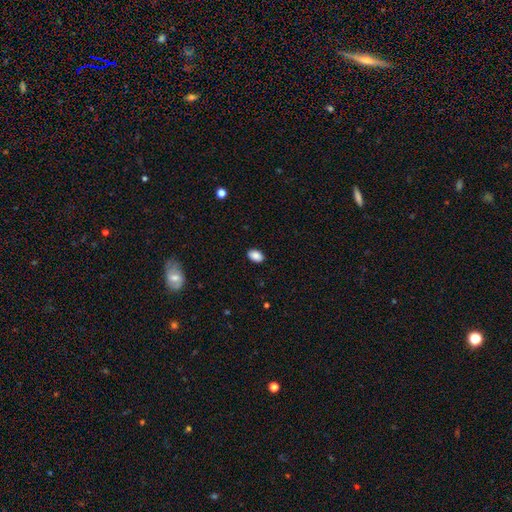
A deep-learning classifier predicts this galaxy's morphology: A smooth galaxy with no disk features (88%) that is in between round and cigar-shaped (90%). Merging: none (88%).